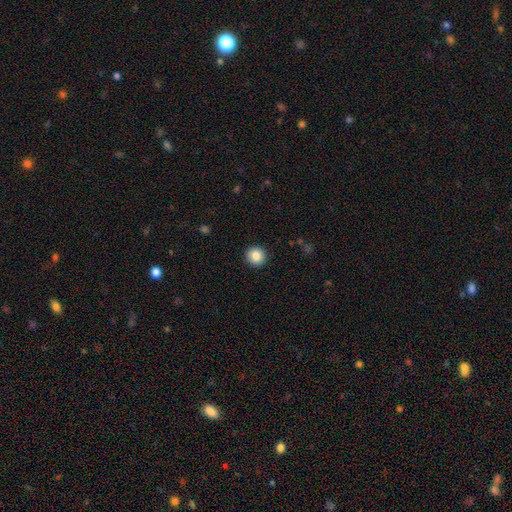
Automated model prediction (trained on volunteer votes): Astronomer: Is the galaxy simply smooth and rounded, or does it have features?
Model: smooth — 86%.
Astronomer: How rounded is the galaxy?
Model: round — 94%.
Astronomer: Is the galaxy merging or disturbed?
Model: none — 92%.